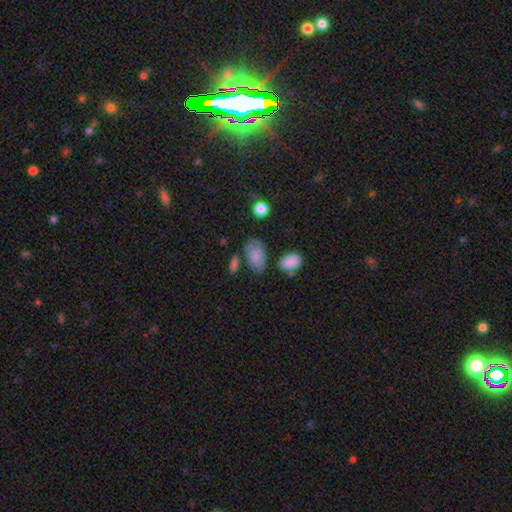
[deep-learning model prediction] This appears to be a smooth galaxy with no disk features (79%) that is in between round and cigar-shaped (91%). Merging: none (58%).